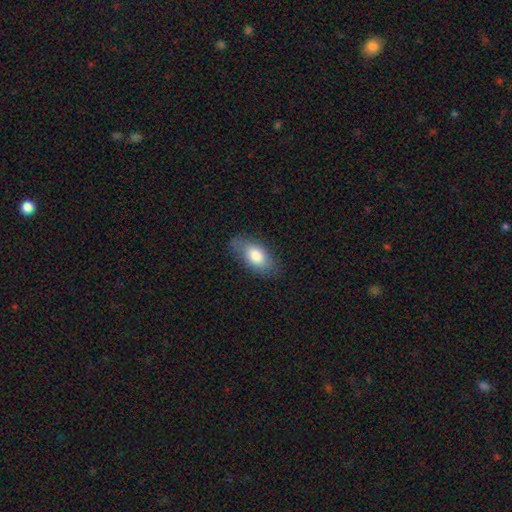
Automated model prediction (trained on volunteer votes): Smooth or featured? smooth (77%)
How rounded? in between (91%)
Merging? none (74%)